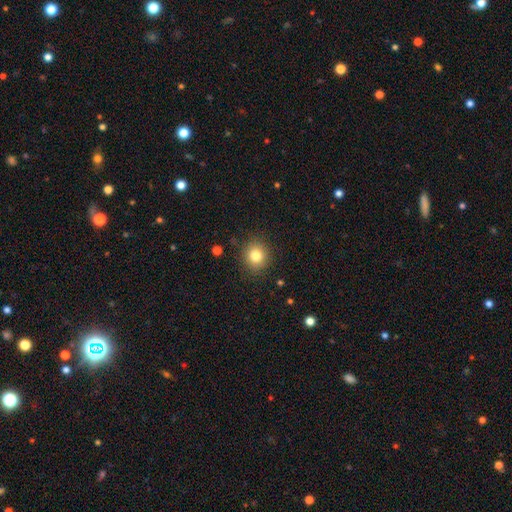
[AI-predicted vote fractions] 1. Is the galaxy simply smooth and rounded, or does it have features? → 82% smooth, 11% star or artifact, 7% featured or disk.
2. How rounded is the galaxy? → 85% round, 14% in between, 1% cigar-shaped.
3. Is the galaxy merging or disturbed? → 89% none, 7% minor disturbance, 2% major disturbance, 1% merger.